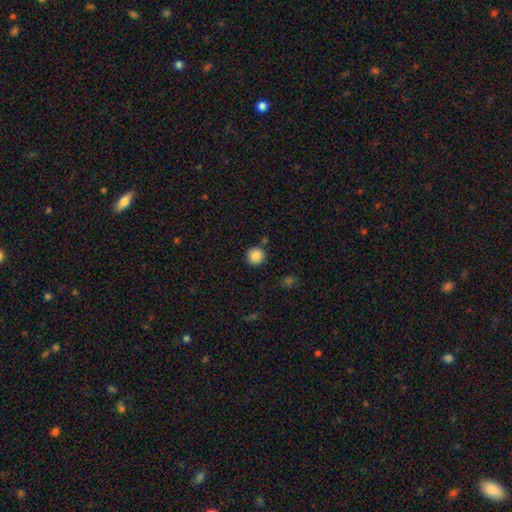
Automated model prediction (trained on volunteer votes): This is clearly a smooth galaxy (87%). How rounded: clearly round (94%). Merging: clearly none (86%).